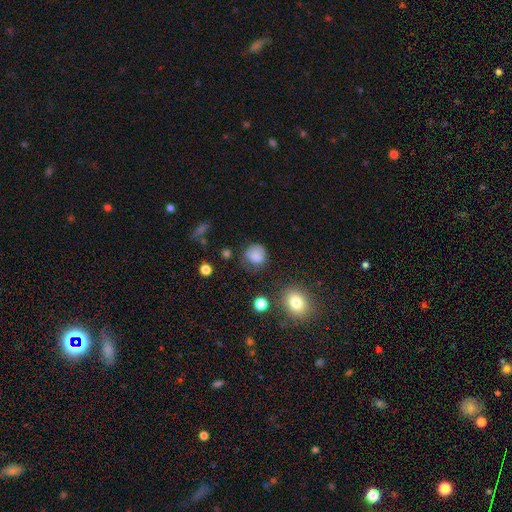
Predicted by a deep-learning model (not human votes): A smooth galaxy with no disk features (82%) that is round (80%).

Vote fractions:
- Smooth or featured? smooth: 82% / star or artifact: 11% / featured or disk: 7%
- How rounded? round: 80% / in between: 19% / cigar-shaped: 1%
- Merging? none: 60% / minor disturbance: 26% / major disturbance: 11% / merger: 3%